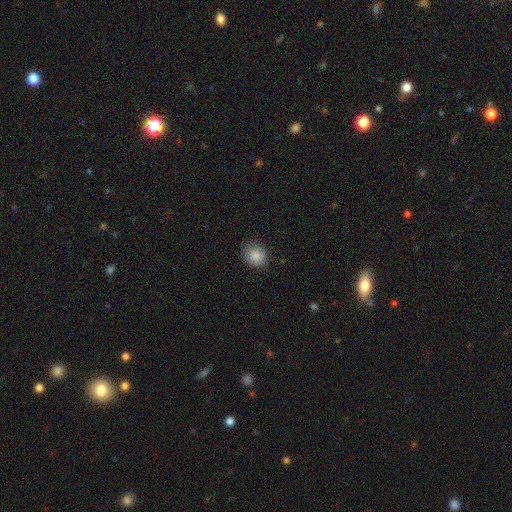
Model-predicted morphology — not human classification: A smooth galaxy with no disk features (86%) that is round (73%).

Vote fractions:
- Smooth or featured? smooth: 86% / star or artifact: 9% / featured or disk: 4%
- How rounded? round: 73% / in between: 26% / cigar-shaped: 1%
- Merging? none: 81% / minor disturbance: 15% / major disturbance: 3% / merger: 1%